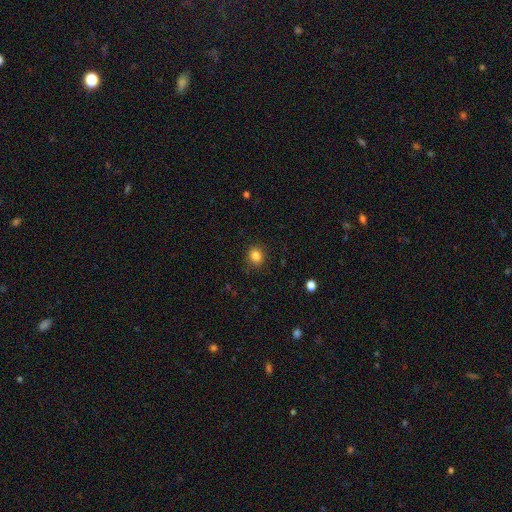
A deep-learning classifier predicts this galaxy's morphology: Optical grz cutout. It shows a smooth galaxy with no disk features (85%) that is round (75%). Merging: none (88%).